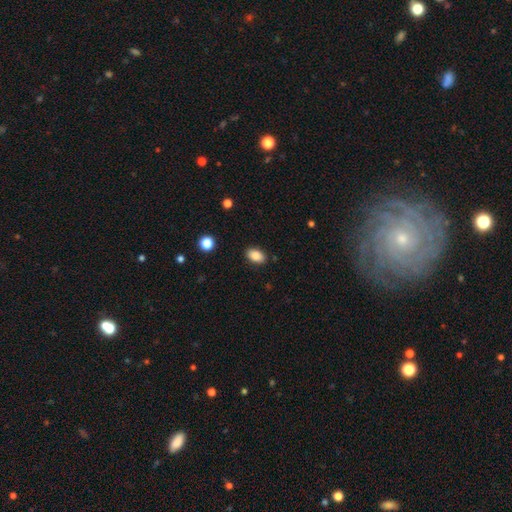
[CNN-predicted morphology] A smooth galaxy with no disk features (85%) that is in between round and cigar-shaped (87%). Merging: none (87%).